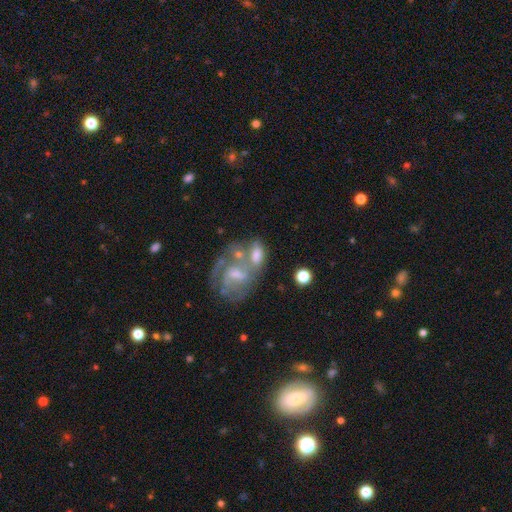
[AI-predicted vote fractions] Smooth or featured? Predicted: featured or disk (p=0.59). Edge-on disk? Predicted: no (p=0.95). Bar? Predicted: no (p=0.44). Spiral arms? Predicted: yes (p=0.61). Bulge size? Predicted: small (p=0.40). Merging? Predicted: merger (p=0.43).